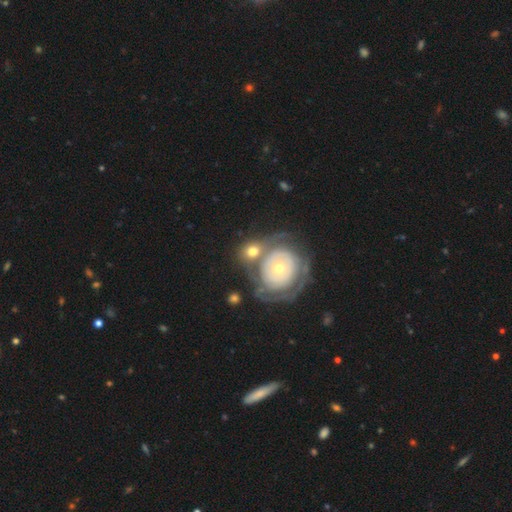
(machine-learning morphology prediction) Smooth or featured?
  - featured or disk: 57% *
  - smooth: 37%
  - star or artifact: 7%
Edge-on disk?
  - no: 95% *
  - yes: 5%
Bar?
  - no: 87% *
  - weak: 10%
  - strong: 4%
Spiral arms?
  - yes: 53% *
  - no: 47%
Bulge size?
  - small: 55% *
  - moderate: 37%
  - large: 4%
  - dominant: 2%
  - none: 2%
Merging?
  - none: 45% *
  - merger: 31%
  - minor disturbance: 15%
  - major disturbance: 10%